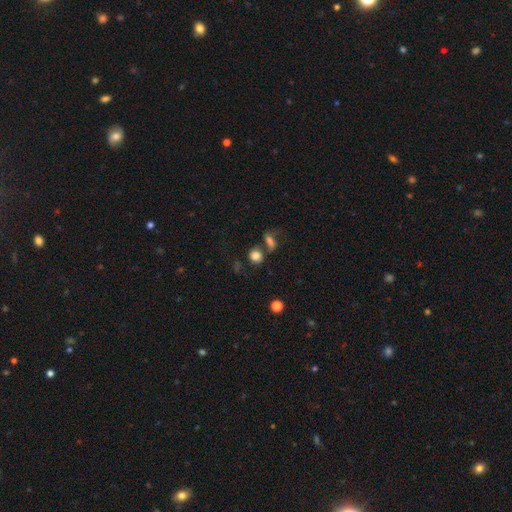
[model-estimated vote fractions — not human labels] A smooth galaxy with no disk features (80%) that is round (75%).

Vote fractions:
- Smooth or featured? smooth: 80% / star or artifact: 12% / featured or disk: 8%
- How rounded? round: 75% / in between: 23% / cigar-shaped: 2%
- Merging? none: 55% / merger: 25% / minor disturbance: 13% / major disturbance: 7%